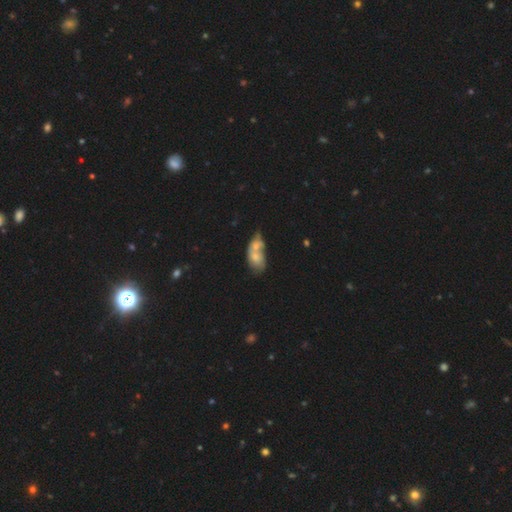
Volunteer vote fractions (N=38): Smooth or featured? smooth (68%)
How rounded? in between (69%)
Merging? merger (86%)